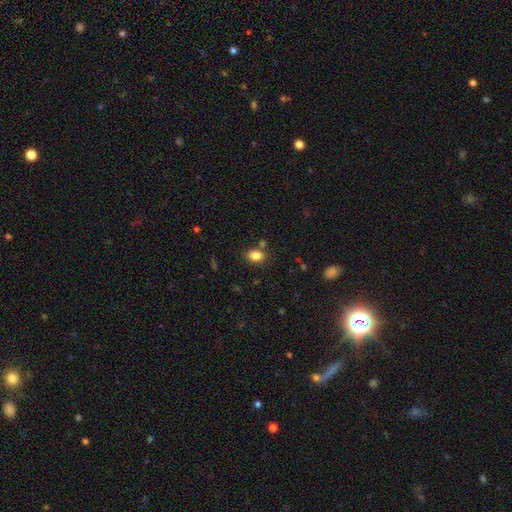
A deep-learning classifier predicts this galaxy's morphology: smooth_or_featured: smooth (p=0.85) [alt: star or artifact p=0.10]
how_rounded: in between (p=0.80) [alt: round p=0.19]
merging: none (p=0.78) [alt: minor disturbance p=0.11]